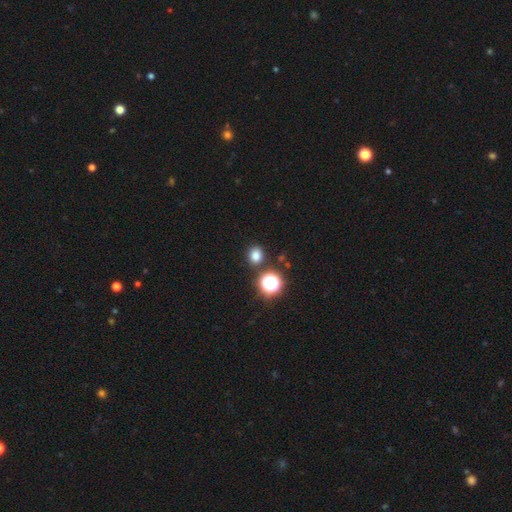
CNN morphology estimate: A smooth galaxy with no disk features (77%) that is round (77%). Merging: none (85%).